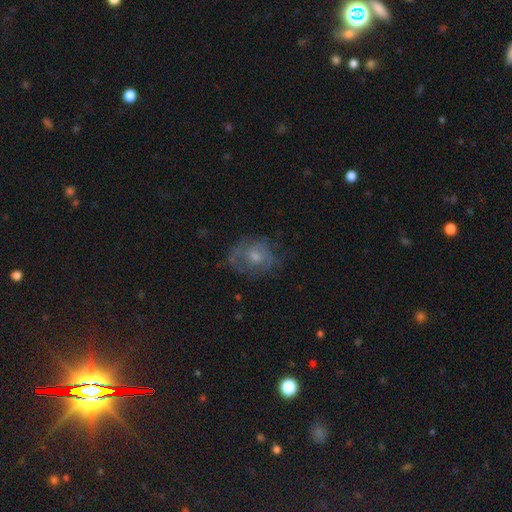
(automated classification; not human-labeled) Q: Smooth or featured?
A: featured or disk (53%); runner-up: smooth (37%)
Q: Edge-on disk?
A: no (97%); runner-up: yes (3%)
Q: Bar?
A: no (74%); runner-up: weak (23%)
Q: Spiral arms?
A: yes (52%); runner-up: no (48%)
Q: Bulge size?
A: moderate (46%); runner-up: small (40%)
Q: Merging?
A: none (55%); runner-up: minor disturbance (24%)